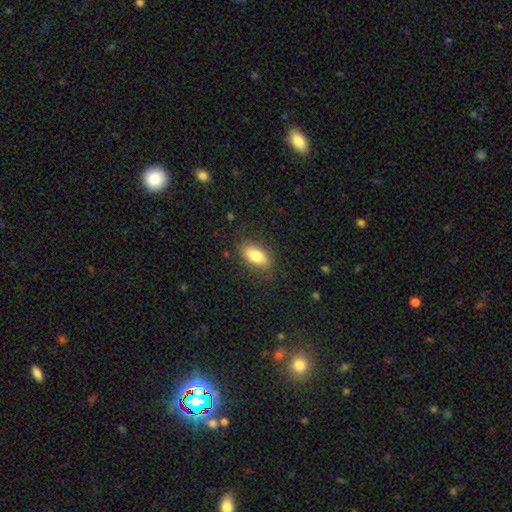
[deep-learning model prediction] smooth_or_featured: smooth (p=0.79) [alt: featured or disk p=0.14]
how_rounded: in between (p=0.85) [alt: cigar-shaped p=0.11]
merging: none (p=0.83) [alt: minor disturbance p=0.12]